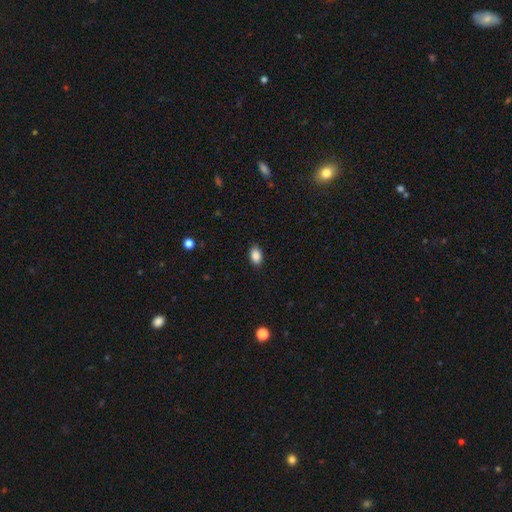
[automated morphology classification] smooth 89%, star or artifact 8%, featured or disk 3%. Down the decision tree: how rounded — in between (90%); merging — none (89%).